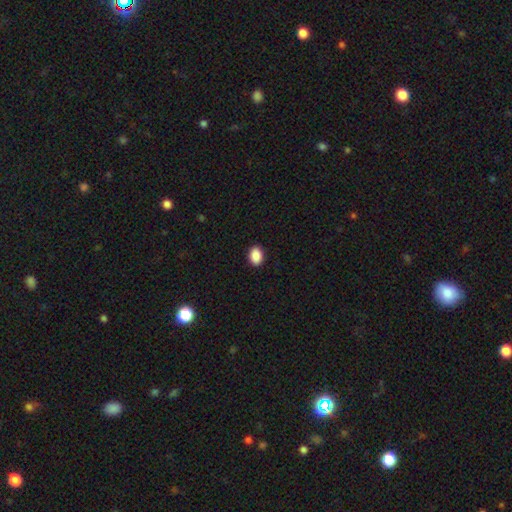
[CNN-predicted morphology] smooth-or-featured: smooth: 89% | star or artifact: 8% | featured or disk: 3%
  how-rounded: in between: 78% | round: 21% | cigar-shaped: 1%
  merging: none: 91% | minor disturbance: 7% | major disturbance: 2% | merger: 1%